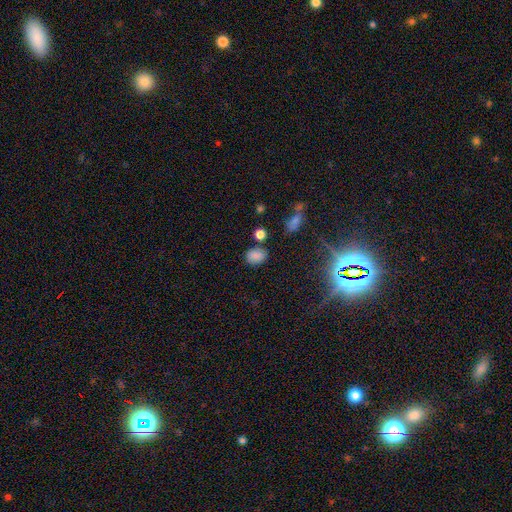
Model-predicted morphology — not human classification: smooth_or_featured: smooth (p=0.79) [alt: star or artifact p=0.14]
how_rounded: in between (p=0.63) [alt: round p=0.36]
merging: none (p=0.72) [alt: minor disturbance p=0.16]